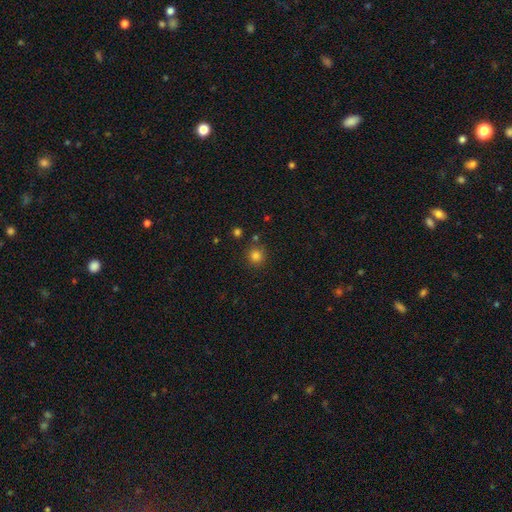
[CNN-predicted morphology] This appears to be a smooth galaxy with no disk features (82%) that is round (93%). Merging: none (84%).